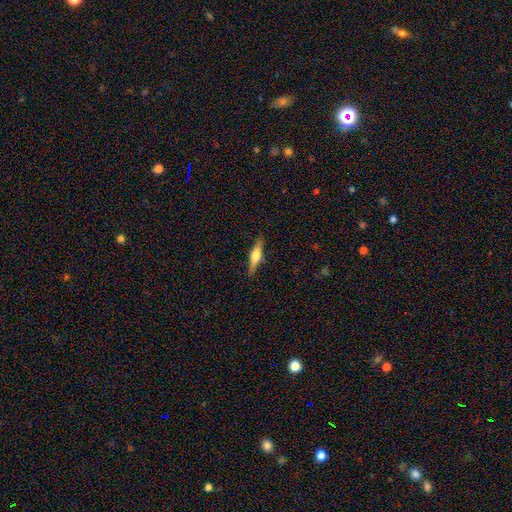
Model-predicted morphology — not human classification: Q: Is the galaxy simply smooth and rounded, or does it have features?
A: featured or disk — 58%.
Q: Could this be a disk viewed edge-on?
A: yes — 96%.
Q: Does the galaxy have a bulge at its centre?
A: rounded — 91%.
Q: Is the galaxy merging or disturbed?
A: none — 89%.